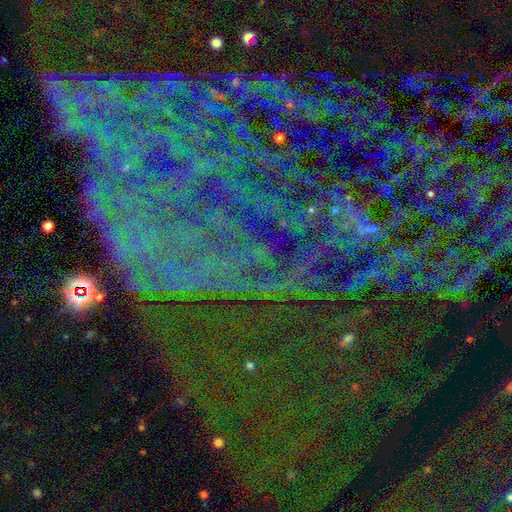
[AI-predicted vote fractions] The model was most divided on "smooth or featured": star or artifact: 80%, featured or disk: 12%, smooth: 8%.